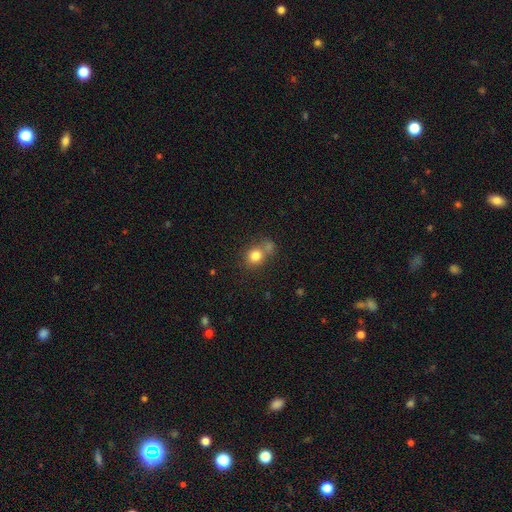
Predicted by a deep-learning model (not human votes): The model was most divided on "merging": none: 53%, merger: 27%, minor disturbance: 14%, major disturbance: 6%. More confident: smooth or featured — smooth (81%); how rounded — round (76%).